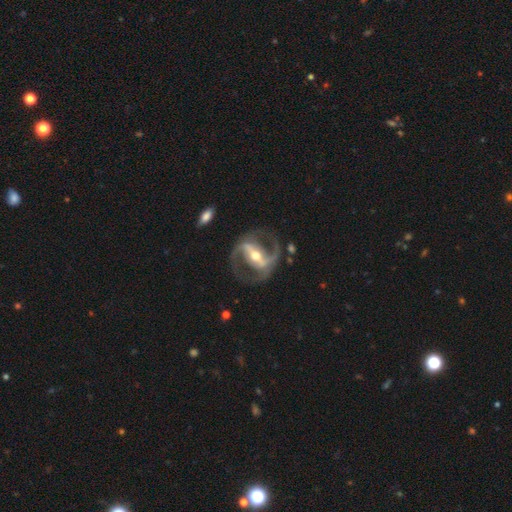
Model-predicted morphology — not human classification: smooth_or_featured: featured or disk (p=0.89) [alt: smooth p=0.06]
disk_edge_on: no (p=0.94) [alt: yes p=0.06]
bar: strong (p=0.71) [alt: weak p=0.20]
has_spiral_arms: yes (p=0.89) [alt: no p=0.11]
spiral_winding: medium (p=0.54) [alt: loose p=0.24]
spiral_arm_count: 2 (p=0.90) [alt: can't tell p=0.04]
bulge_size: moderate (p=0.66) [alt: small p=0.26]
merging: none (p=0.73) [alt: minor disturbance p=0.13]